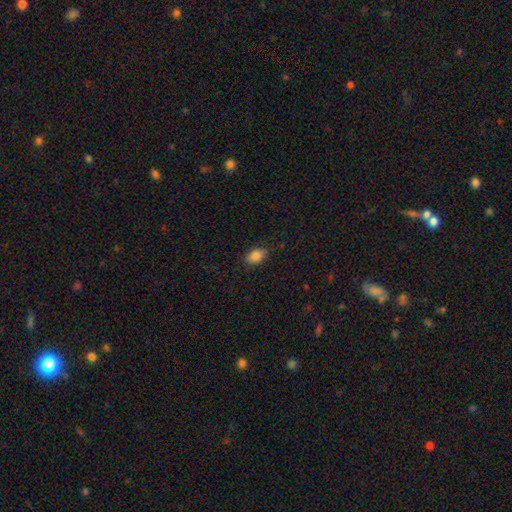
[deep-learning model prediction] This appears to be a smooth galaxy with no disk features (86%) that is in between round and cigar-shaped (85%). Merging: none (85%).